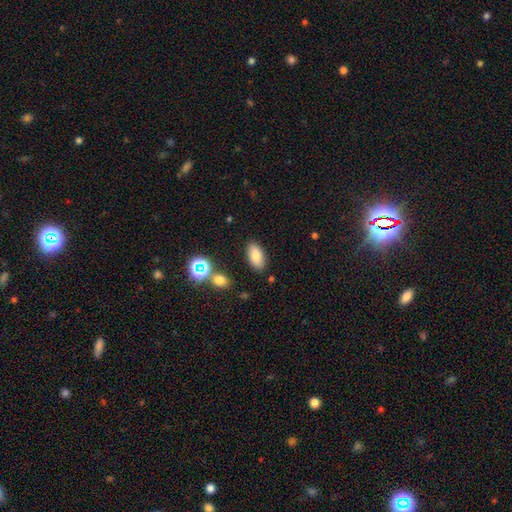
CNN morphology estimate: smooth_or_featured: smooth (p=0.81) [alt: star or artifact p=0.10]
how_rounded: in between (p=0.91) [alt: cigar-shaped p=0.05]
merging: none (p=0.85) [alt: minor disturbance p=0.09]